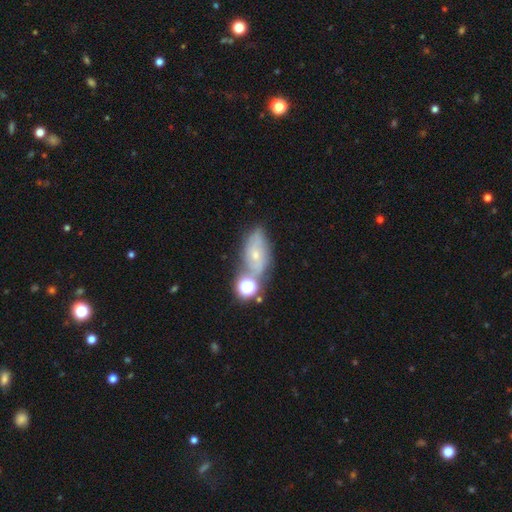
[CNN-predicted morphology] A featured or disk galaxy (47%).

Vote fractions:
- Smooth or featured? featured or disk: 47% / smooth: 38% / star or artifact: 16%
- Merging? none: 43% / merger: 24% / minor disturbance: 22% / major disturbance: 11%